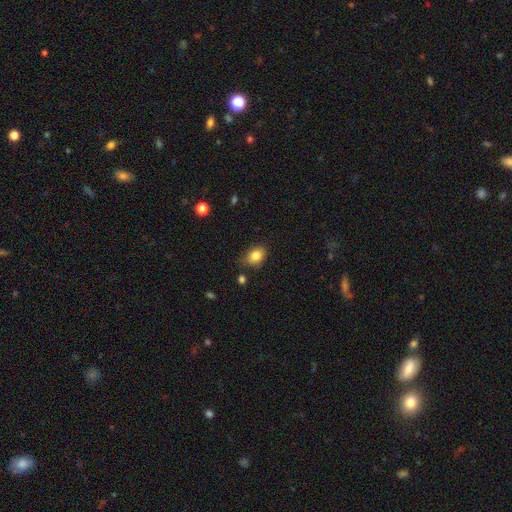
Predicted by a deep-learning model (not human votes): Overall: smooth (84%). How rounded: in between (68%; round 30%). Merging: none (73%).